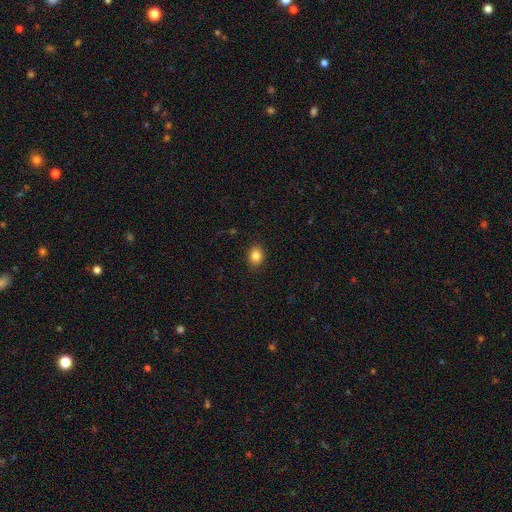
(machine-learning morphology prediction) smooth-or-featured: smooth: 85% | star or artifact: 10% | featured or disk: 5%
  how-rounded: round: 54% | in between: 45% | cigar-shaped: 1%
  merging: none: 90% | minor disturbance: 7% | major disturbance: 2% | merger: 1%